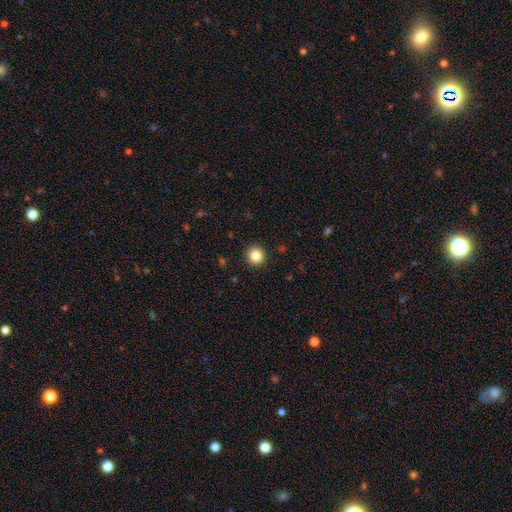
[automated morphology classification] Overall: smooth (85%). How rounded: round (91%). Merging: none (92%).